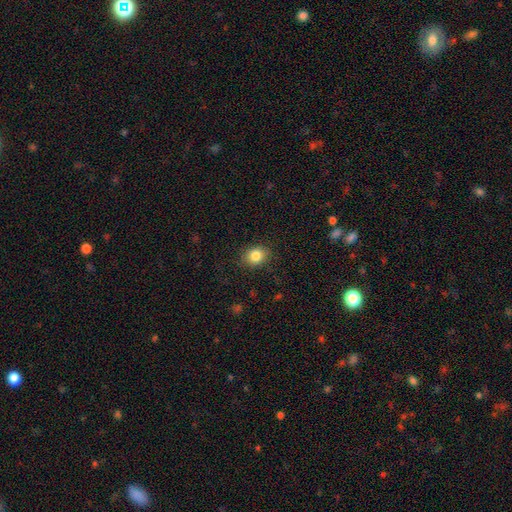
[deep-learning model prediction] The model was most divided on "how rounded": round: 53%, in between: 46%, cigar-shaped: 1%. More confident: merging — none (86%); smooth or featured — smooth (84%).